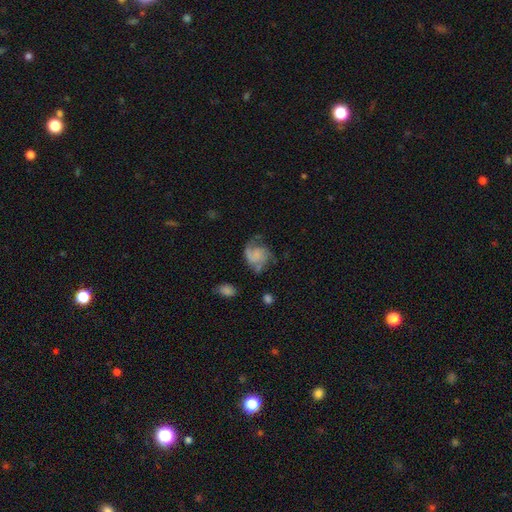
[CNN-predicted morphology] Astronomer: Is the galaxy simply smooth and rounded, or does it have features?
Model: featured or disk — 61%.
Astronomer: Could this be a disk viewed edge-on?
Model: no — 98%.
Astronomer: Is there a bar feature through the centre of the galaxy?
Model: no — 74%.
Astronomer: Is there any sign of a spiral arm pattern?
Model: yes — 86%.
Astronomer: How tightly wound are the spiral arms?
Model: medium — 41% (runner-up: loose, 31%).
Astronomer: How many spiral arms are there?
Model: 2 — 38% (runner-up: 1, 19%).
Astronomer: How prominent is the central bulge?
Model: none — 53% (runner-up: small, 29%).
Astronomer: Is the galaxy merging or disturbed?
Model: none — 47% (runner-up: major disturbance, 25%).